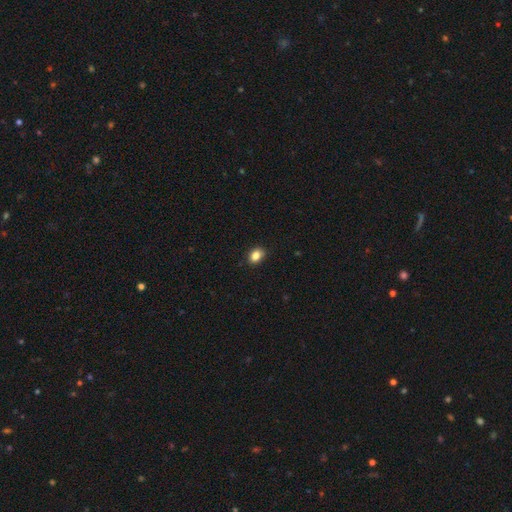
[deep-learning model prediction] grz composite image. It shows a smooth galaxy with no disk features (86%) that is in between round and cigar-shaped (63%). Merging: none (88%).